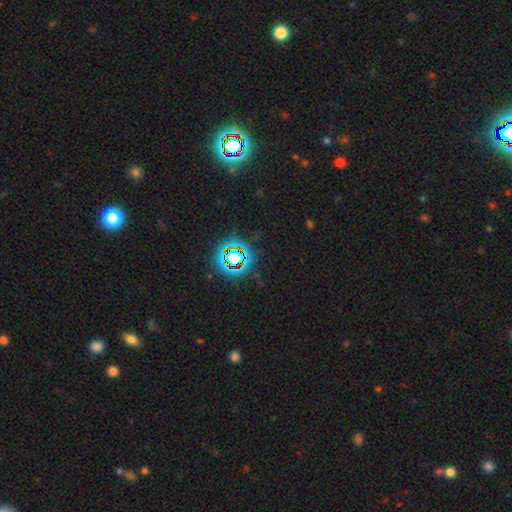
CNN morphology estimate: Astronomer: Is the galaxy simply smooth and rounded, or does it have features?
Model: star or artifact — 74%.